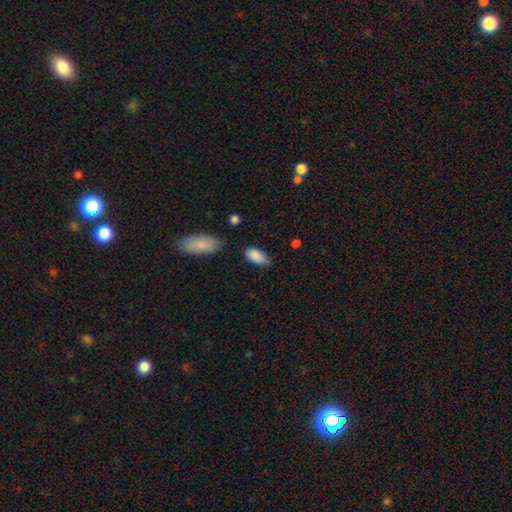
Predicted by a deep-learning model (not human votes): Smooth or featured?
  - smooth: 88% *
  - star or artifact: 7%
  - featured or disk: 5%
How rounded?
  - in between: 92% *
  - cigar-shaped: 6%
  - round: 2%
Merging?
  - none: 66% *
  - minor disturbance: 26%
  - major disturbance: 5%
  - merger: 4%